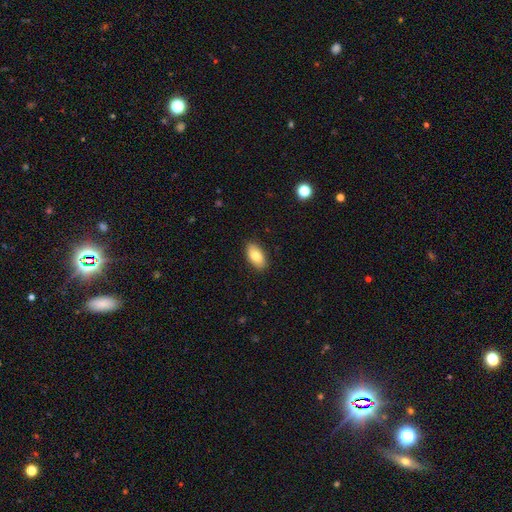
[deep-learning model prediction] smooth-or-featured: smooth: 82% | featured or disk: 11% | star or artifact: 7%
  how-rounded: in between: 92% | cigar-shaped: 4% | round: 3%
  merging: none: 88% | minor disturbance: 9% | major disturbance: 2% | merger: 1%